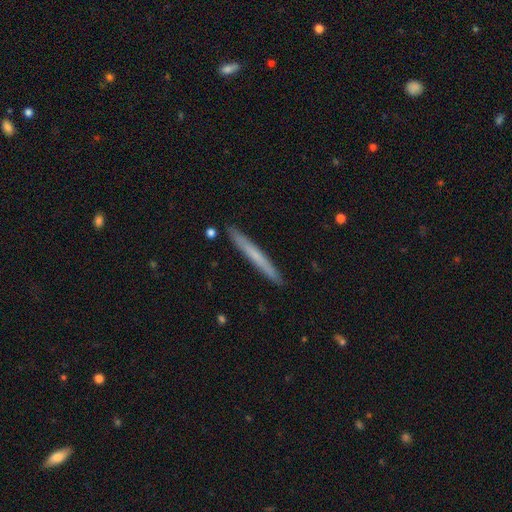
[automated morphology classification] Smooth or featured?
  - smooth: 58% *
  - featured or disk: 36%
  - star or artifact: 6%
How rounded?
  - cigar-shaped: 97% *
  - in between: 2%
  - round: 1%
Merging?
  - none: 91% *
  - minor disturbance: 6%
  - merger: 1%
  - major disturbance: 1%